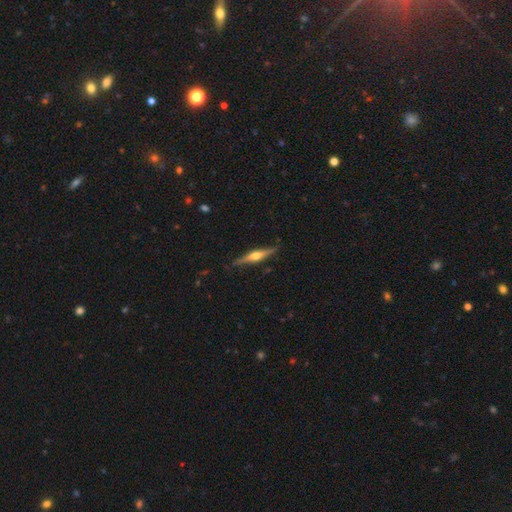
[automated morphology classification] Smooth or featured? featured or disk (74%)
Edge-on disk? yes (97%)
Edge-on bulge? rounded (91%)
Merging? none (86%)